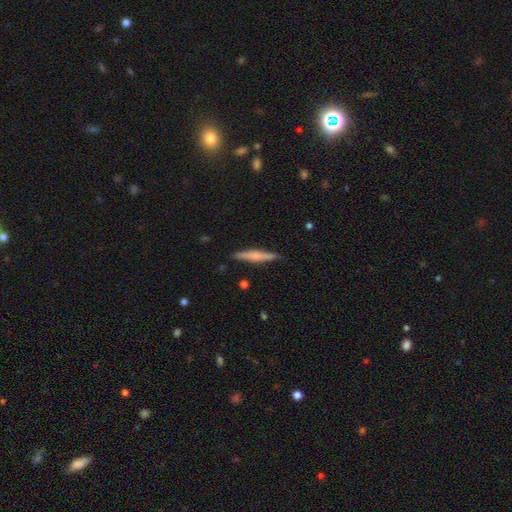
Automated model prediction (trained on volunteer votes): This appears to be a smooth galaxy with no disk features (48%). Merging: none (89%).